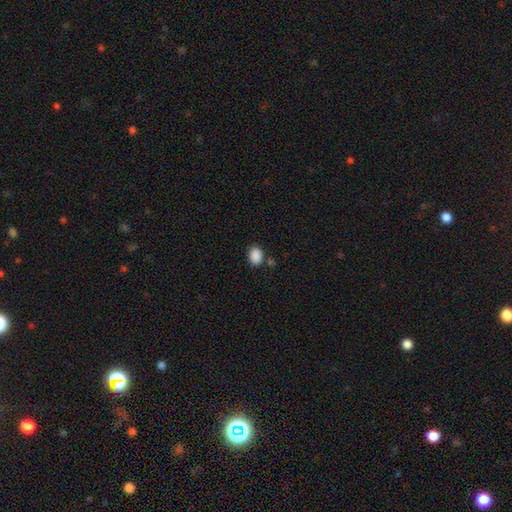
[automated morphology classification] Overall: smooth (88%). How rounded: in between (65%; round 34%). Merging: none (77%).